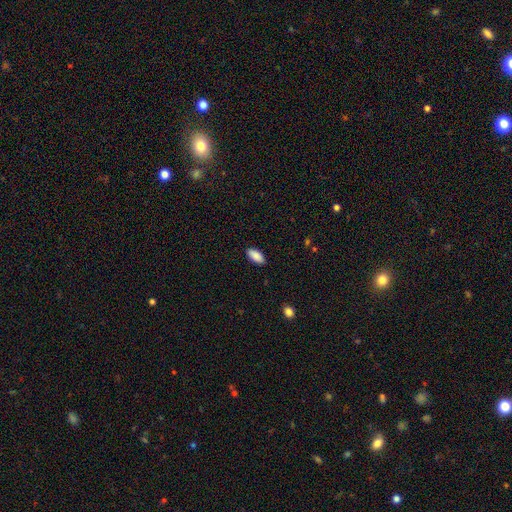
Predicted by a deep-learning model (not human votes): smooth 90%, star or artifact 6%, featured or disk 4%. Down the decision tree: how rounded — in between (90%); merging — none (89%).